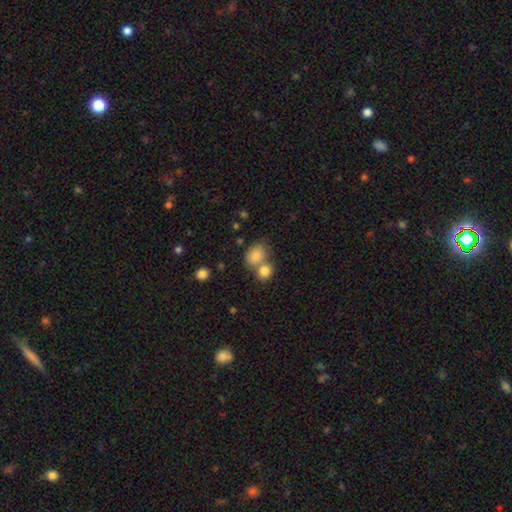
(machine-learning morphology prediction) A smooth galaxy with no disk features (82%) that is in between round and cigar-shaped (50%). Merging: merger (46%).